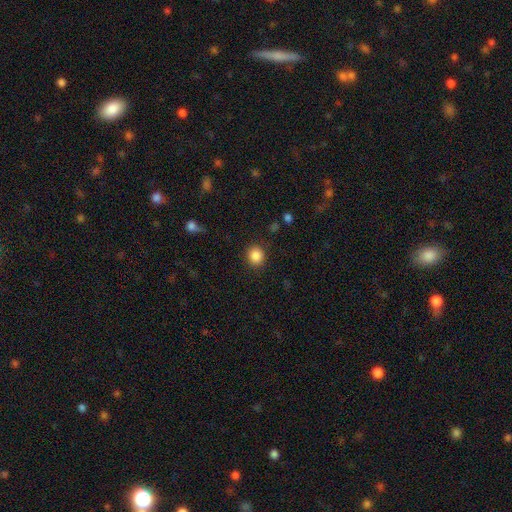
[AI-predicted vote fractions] A smooth galaxy with no disk features (87%) that is round (83%).

Vote fractions:
- Smooth or featured? smooth: 87% / star or artifact: 10% / featured or disk: 4%
- How rounded? round: 83% / in between: 16% / cigar-shaped: 1%
- Merging? none: 89% / minor disturbance: 7% / major disturbance: 3% / merger: 1%